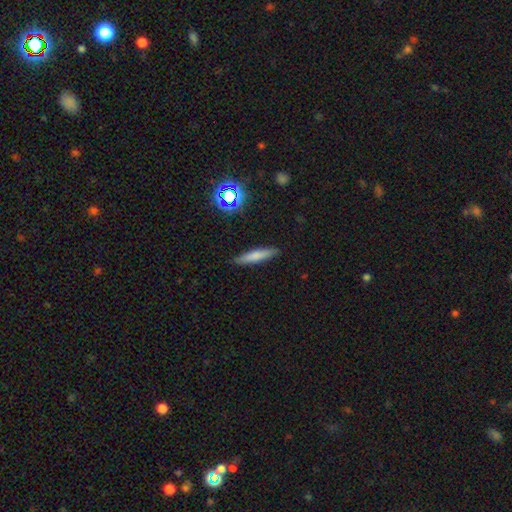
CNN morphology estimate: This appears to be a smooth galaxy with no disk features (73%) that is cigar-shaped (84%). Merging: none (89%).